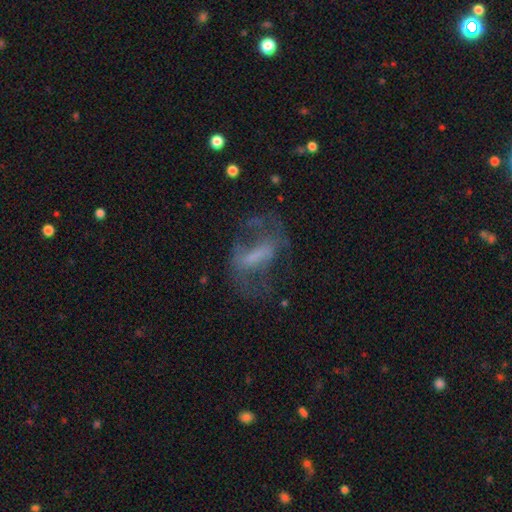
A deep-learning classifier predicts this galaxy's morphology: This appears to be a featured or disk galaxy (60%) with a strong bar (43%), spiral arms (52%) and no central bulge (46%). Merging: none (44%).